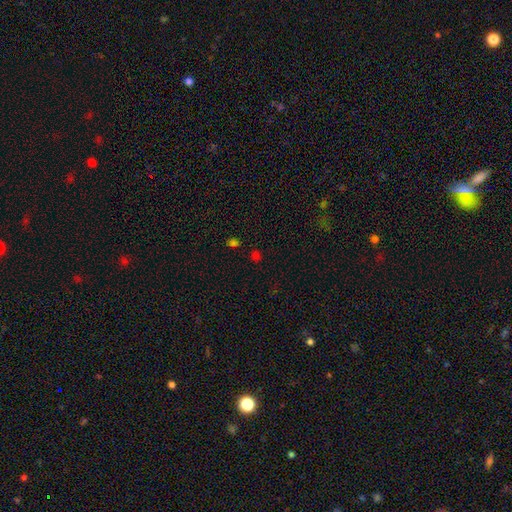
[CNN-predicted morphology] Overall: smooth (56%; star or artifact 39%). How rounded: round (71%). Merging: none (78%).